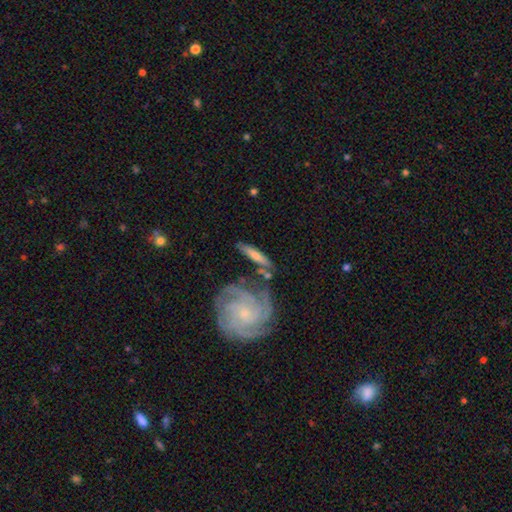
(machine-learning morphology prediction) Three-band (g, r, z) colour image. It shows a featured or disk galaxy (48%). Merging: none (67%).